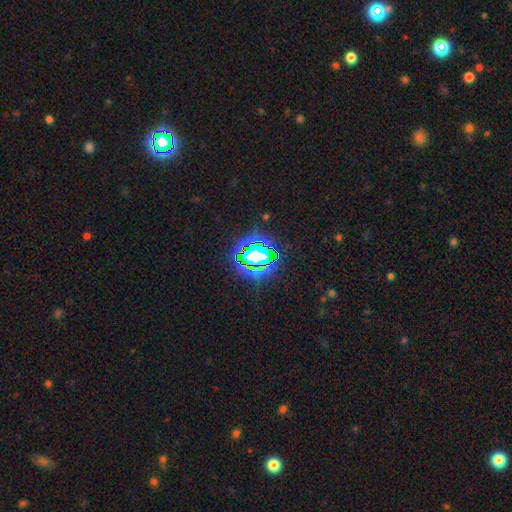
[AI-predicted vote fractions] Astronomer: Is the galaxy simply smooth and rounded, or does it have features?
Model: star or artifact — 71%.